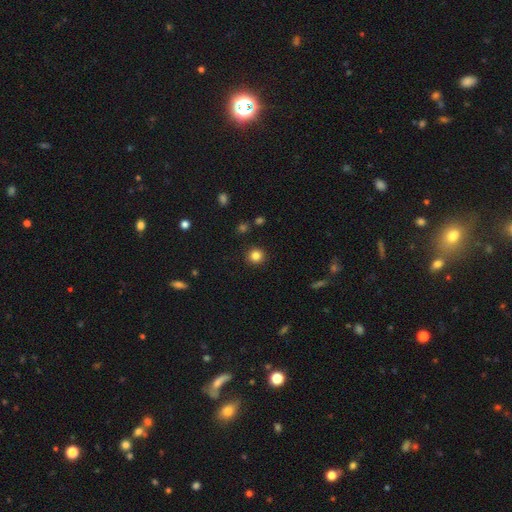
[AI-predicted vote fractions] smooth 84%, star or artifact 12%, featured or disk 5%. Down the decision tree: how rounded — round (93%); merging — none (91%).